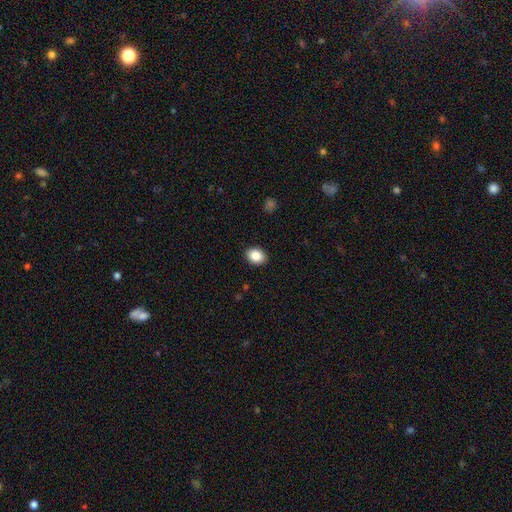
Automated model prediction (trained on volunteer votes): Smooth or featured: smooth — 87% (star or artifact — 8%)
How rounded: in between — 57% (round — 42%)
Merging: none — 91% (minor disturbance — 7%)